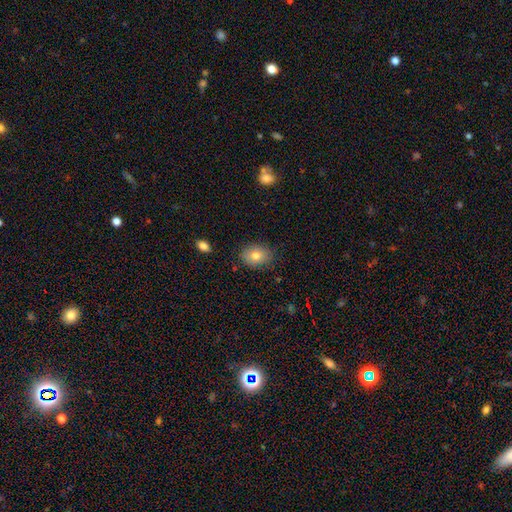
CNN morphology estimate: The model was most divided on "how rounded": in between: 66%, round: 33%, cigar-shaped: 1%. More confident: merging — none (84%); smooth or featured — smooth (79%).